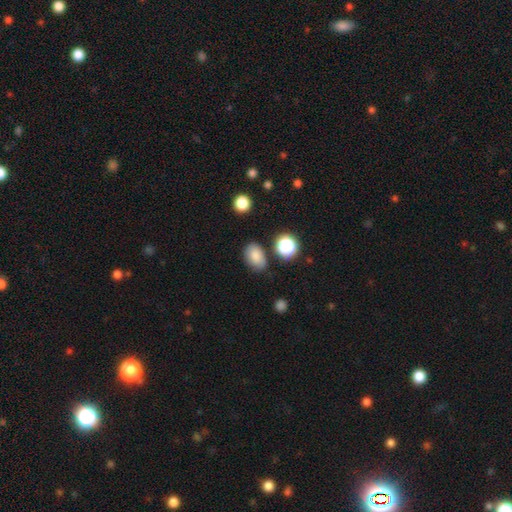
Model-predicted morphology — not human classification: smooth 81%, star or artifact 11%, featured or disk 7%. Down the decision tree: how rounded — in between (84%); merging — none (74%).